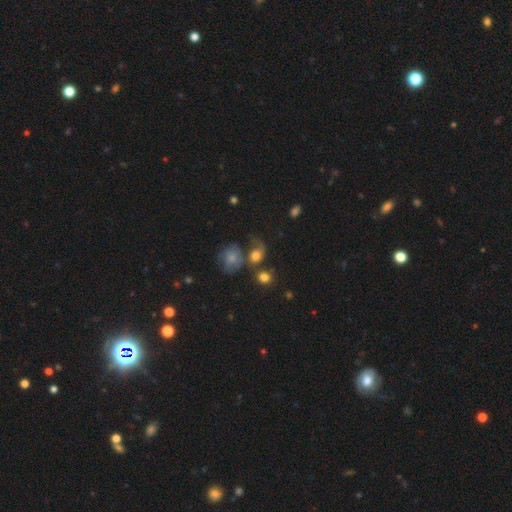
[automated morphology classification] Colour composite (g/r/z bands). It shows a smooth galaxy with no disk features (59%) that is round (61%). Merging: none (35%).